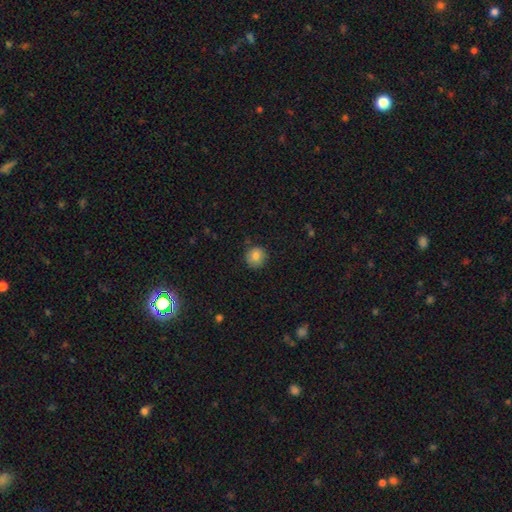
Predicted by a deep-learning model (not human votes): Q: Smooth or featured?
A: smooth (82%); runner-up: star or artifact (9%)
Q: How rounded?
A: round (88%); runner-up: in between (11%)
Q: Merging?
A: none (82%); runner-up: minor disturbance (14%)